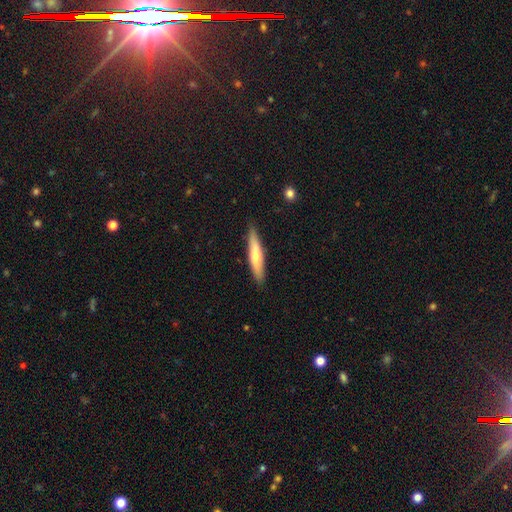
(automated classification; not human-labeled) This is possibly a smooth galaxy (59%). How rounded: clearly cigar-shaped (85%). Merging: clearly none (87%).